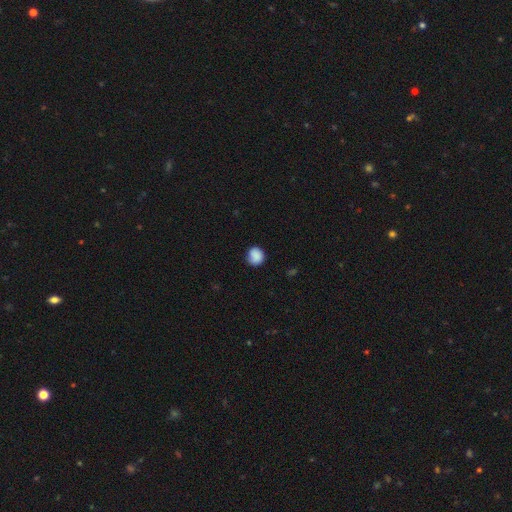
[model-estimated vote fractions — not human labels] Smooth or featured: smooth — 87% (star or artifact — 8%)
How rounded: round — 85% (in between — 14%)
Merging: none — 78% (minor disturbance — 17%)